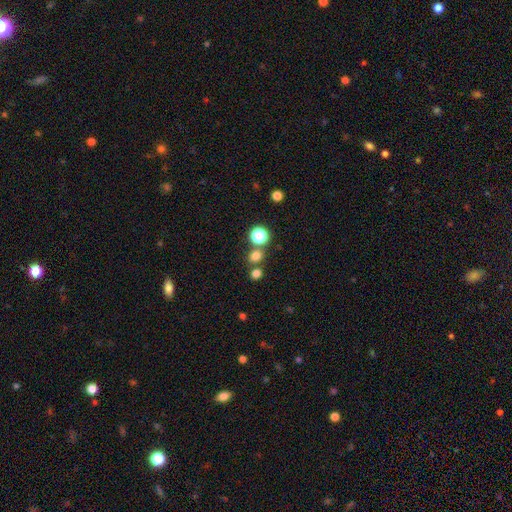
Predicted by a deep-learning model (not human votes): smooth-or-featured: smooth: 75% | star or artifact: 20% | featured or disk: 6%
  how-rounded: round: 76% | in between: 23% | cigar-shaped: 1%
  merging: none: 68% | merger: 20% | minor disturbance: 8% | major disturbance: 4%